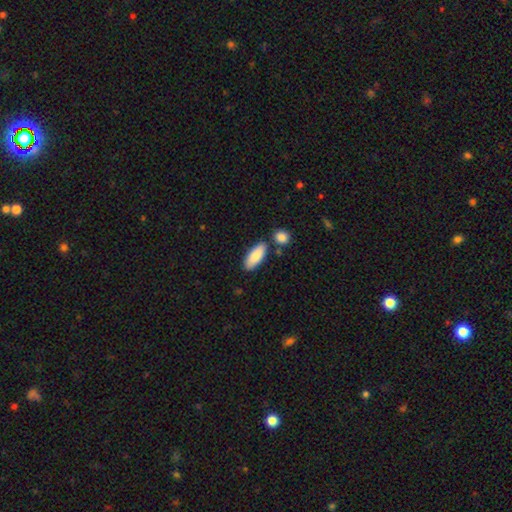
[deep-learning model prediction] This appears to be a smooth galaxy with no disk features (85%) that is in between round and cigar-shaped (77%). Merging: none (78%).